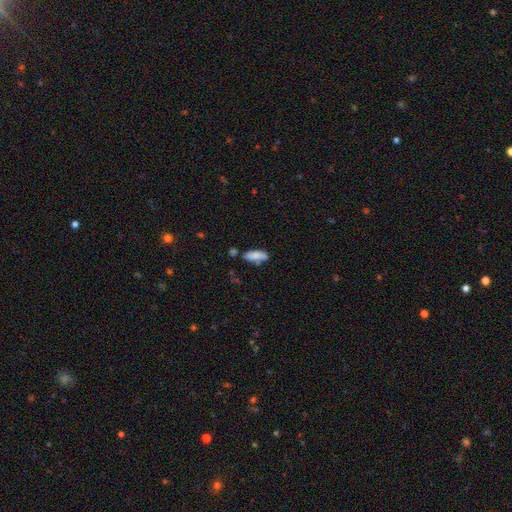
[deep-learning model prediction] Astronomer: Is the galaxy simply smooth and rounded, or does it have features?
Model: smooth — 79%.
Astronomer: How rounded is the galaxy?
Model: in between — 70%.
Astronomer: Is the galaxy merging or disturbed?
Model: none — 65%.